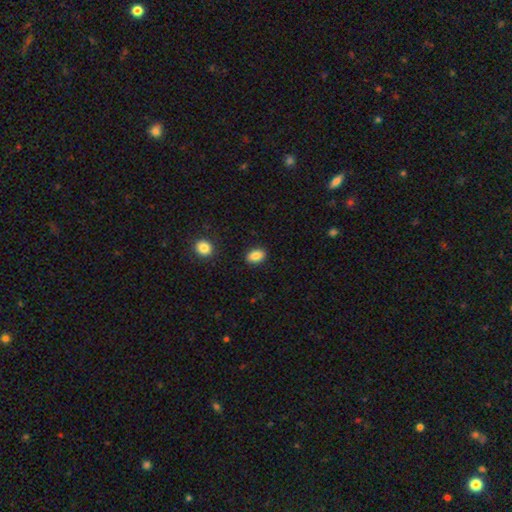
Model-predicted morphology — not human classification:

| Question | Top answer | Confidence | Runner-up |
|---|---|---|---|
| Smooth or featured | smooth | 86% | star or artifact (8%) |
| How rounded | in between | 83% | round (15%) |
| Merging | none | 88% | minor disturbance (8%) |